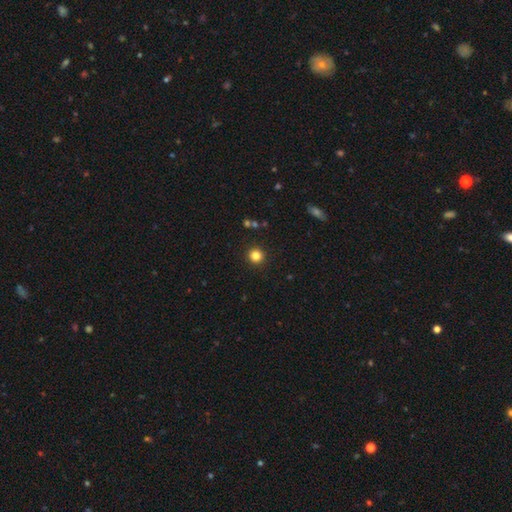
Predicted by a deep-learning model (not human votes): smooth-or-featured: smooth: 82% | star or artifact: 13% | featured or disk: 5%
  how-rounded: round: 95% | in between: 4% | cigar-shaped: 1%
  merging: none: 92% | minor disturbance: 5% | major disturbance: 2% | merger: 2%